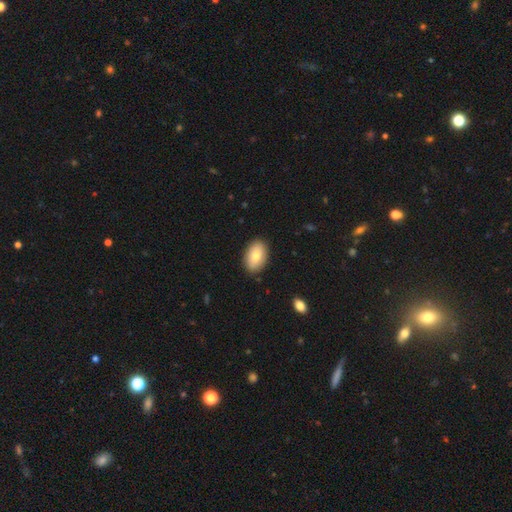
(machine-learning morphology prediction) A smooth galaxy with no disk features (77%) that is in between round and cigar-shaped (91%). Merging: none (88%).